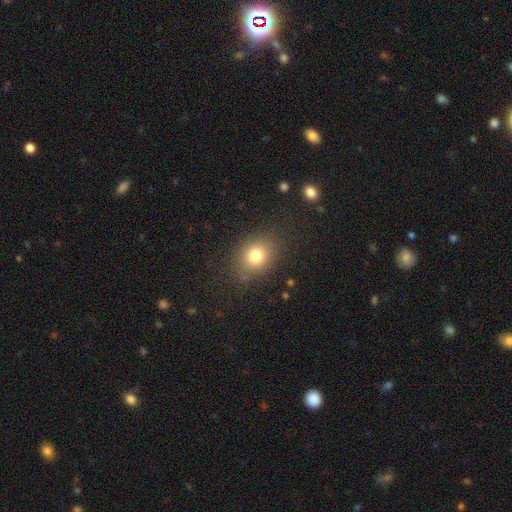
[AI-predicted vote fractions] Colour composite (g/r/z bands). It shows a smooth galaxy with no disk features (80%) that is round (51%). Merging: none (81%).